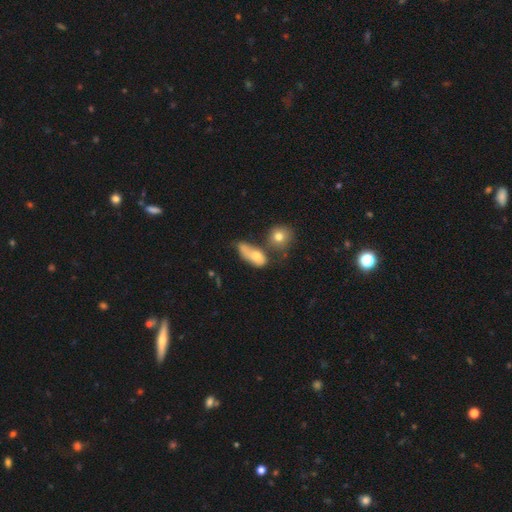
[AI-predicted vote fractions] Q: Smooth or featured?
A: smooth (65%); runner-up: featured or disk (26%)
Q: How rounded?
A: in between (77%); runner-up: cigar-shaped (12%)
Q: Merging?
A: merger (36%); runner-up: none (25%)